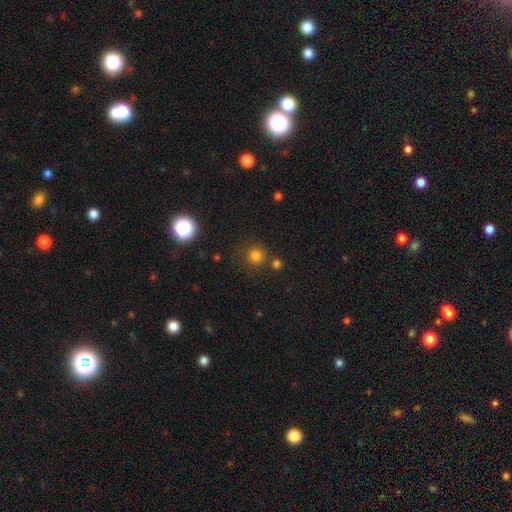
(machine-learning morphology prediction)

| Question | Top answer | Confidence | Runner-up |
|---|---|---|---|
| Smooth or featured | smooth | 77% | star or artifact (17%) |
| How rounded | round | 92% | in between (7%) |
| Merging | none | 75% | merger (11%) |